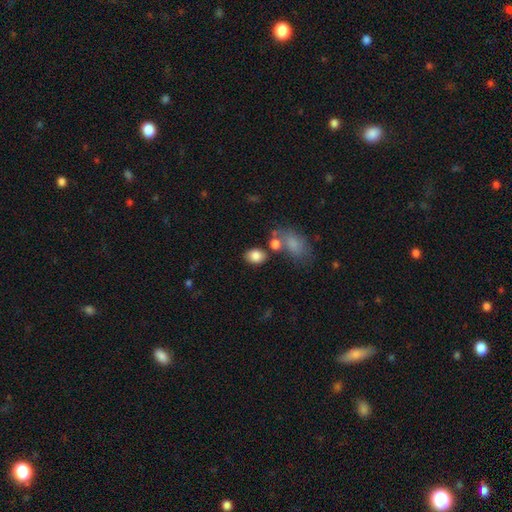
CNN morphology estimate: type=smooth (84%); roundness=in between (72%); merging=none (68%).